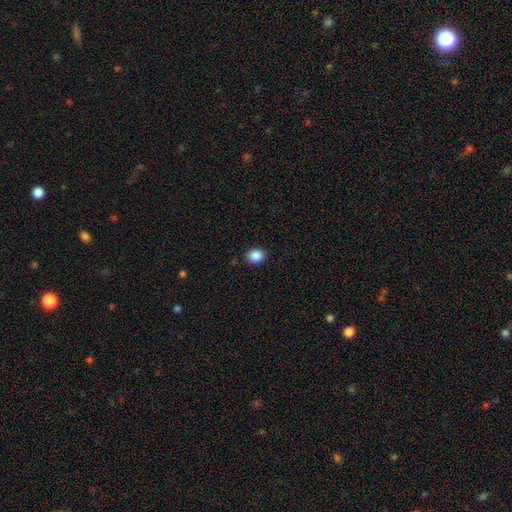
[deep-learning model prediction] This is clearly a smooth galaxy (88%). How rounded: likely round (65%). Merging: clearly none (90%).